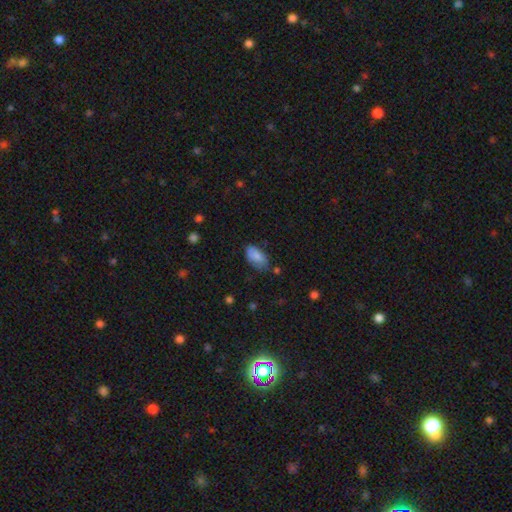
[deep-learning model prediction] This appears to be a smooth galaxy with no disk features (83%) that is in between round and cigar-shaped (94%). Merging: none (63%).